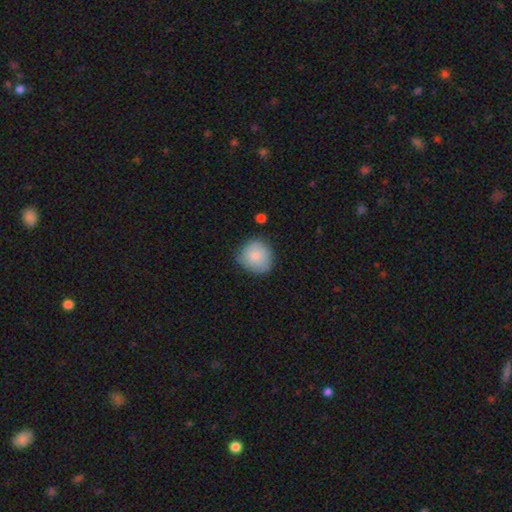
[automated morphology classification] Smooth or featured: smooth — 82% (featured or disk — 12%)
How rounded: round — 88% (in between — 11%)
Merging: none — 72% (minor disturbance — 22%)